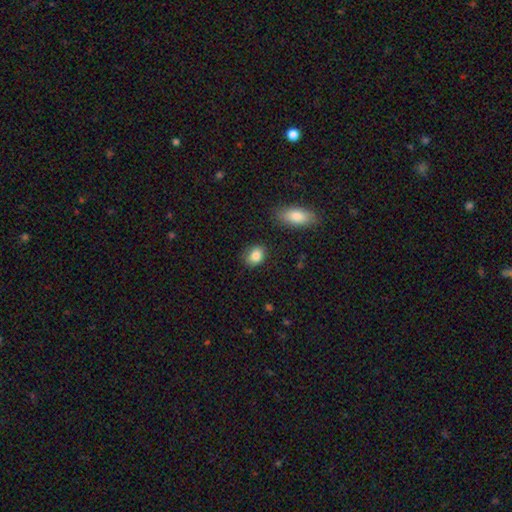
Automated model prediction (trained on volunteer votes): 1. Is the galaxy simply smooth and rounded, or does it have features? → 86% smooth, 8% star or artifact, 6% featured or disk.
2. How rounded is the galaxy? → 65% in between, 34% round, 1% cigar-shaped.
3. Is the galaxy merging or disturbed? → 77% none, 17% minor disturbance, 4% major disturbance, 3% merger.